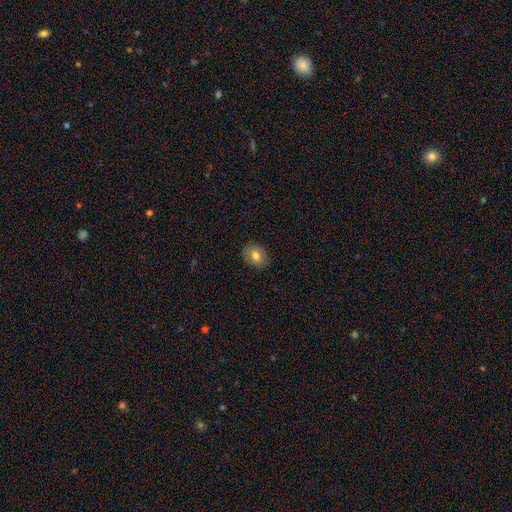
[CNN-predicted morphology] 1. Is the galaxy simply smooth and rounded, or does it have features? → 77% smooth, 15% featured or disk, 9% star or artifact.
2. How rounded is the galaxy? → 61% in between, 38% round, 1% cigar-shaped.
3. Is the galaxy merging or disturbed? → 87% none, 10% minor disturbance, 2% major disturbance, 1% merger.